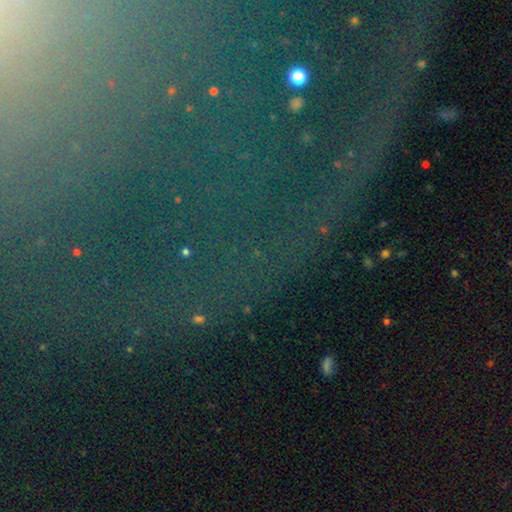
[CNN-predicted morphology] smooth_or_featured: star or artifact (p=0.75) [alt: featured or disk p=0.14]